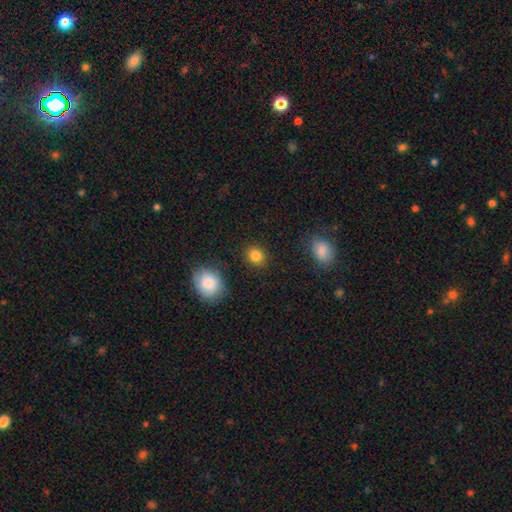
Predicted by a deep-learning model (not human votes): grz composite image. It shows a smooth galaxy with no disk features (85%) that is round (73%). Merging: none (88%).